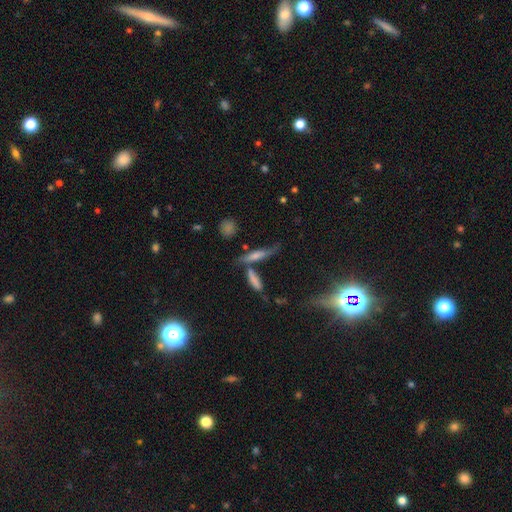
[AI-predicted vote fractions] smooth_or_featured: smooth (p=0.46) [alt: featured or disk p=0.43]
merging: none (p=0.52) [alt: merger p=0.21]